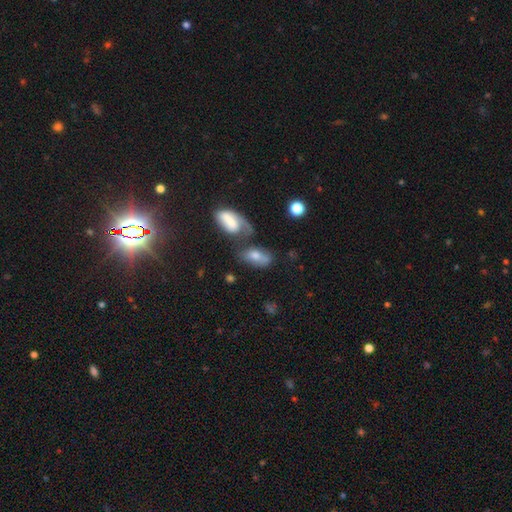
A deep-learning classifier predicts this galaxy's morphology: smooth_or_featured: smooth (p=0.53) [alt: featured or disk p=0.32]
how_rounded: in between (p=0.84) [alt: round p=0.09]
merging: none (p=0.37) [alt: merger p=0.28]